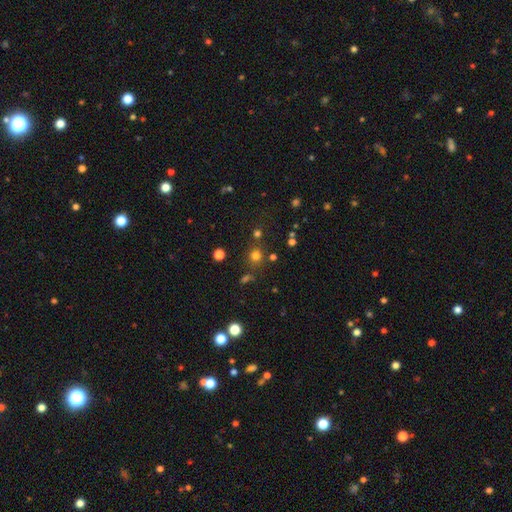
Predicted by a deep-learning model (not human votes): smooth 71%, star or artifact 22%, featured or disk 7%. Down the decision tree: how rounded — round (87%); merging — none (79%).